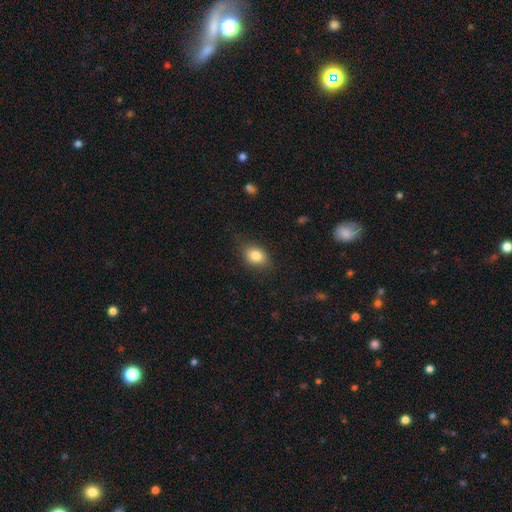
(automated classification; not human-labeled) Smooth or featured? smooth (82%)
How rounded? in between (71%)
Merging? none (79%)